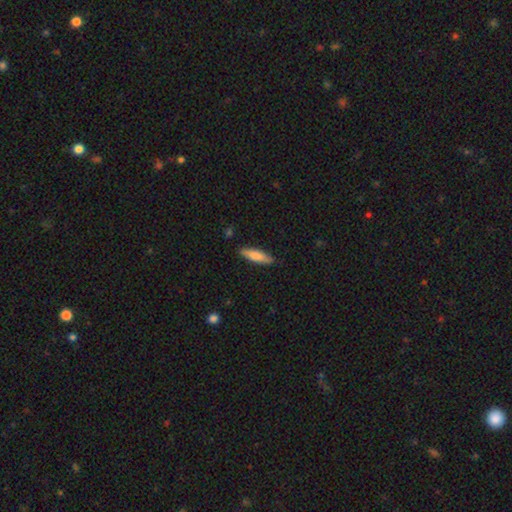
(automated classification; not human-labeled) Smooth or featured? smooth (79%)
How rounded? cigar-shaped (67%)
Merging? none (86%)